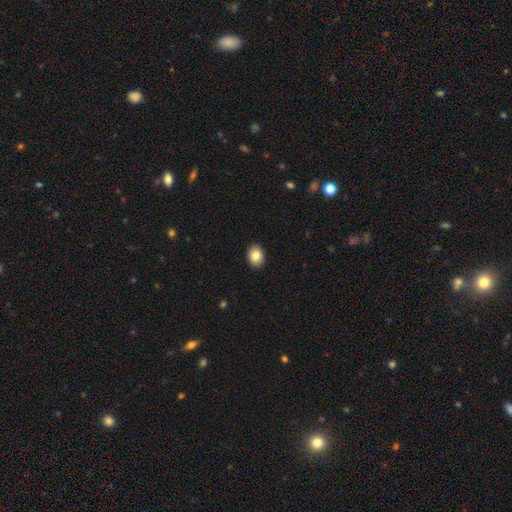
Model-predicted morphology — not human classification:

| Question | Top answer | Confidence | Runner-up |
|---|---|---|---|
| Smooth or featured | smooth | 84% | featured or disk (8%) |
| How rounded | in between | 70% | round (29%) |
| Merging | none | 91% | minor disturbance (6%) |